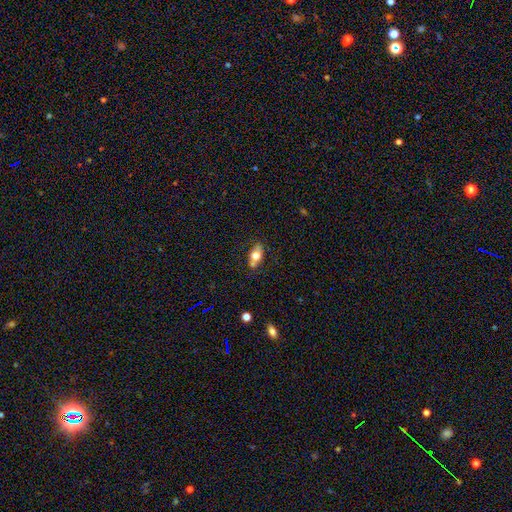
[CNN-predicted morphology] Q: Smooth or featured?
A: smooth (68%); runner-up: featured or disk (24%)
Q: How rounded?
A: in between (84%); runner-up: round (9%)
Q: Merging?
A: none (62%); runner-up: minor disturbance (18%)